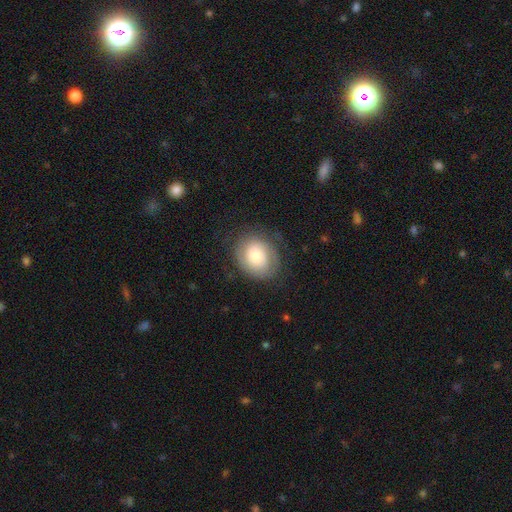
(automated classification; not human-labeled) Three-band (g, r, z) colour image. It shows a smooth galaxy with no disk features (60%) that is round (57%). Merging: none (73%).